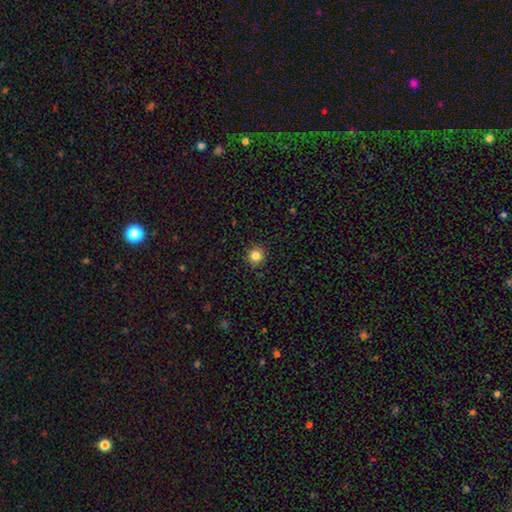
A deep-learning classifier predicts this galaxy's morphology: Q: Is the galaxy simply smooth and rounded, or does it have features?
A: smooth — 83%.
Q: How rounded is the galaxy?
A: round — 92%.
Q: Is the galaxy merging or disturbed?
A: none — 92%.